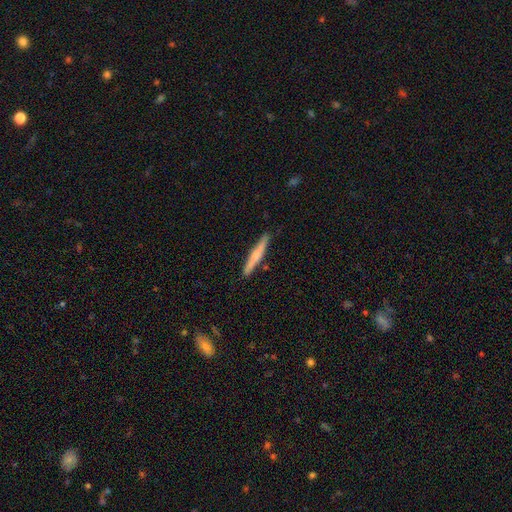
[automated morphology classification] This is possibly a smooth galaxy (54%). How rounded: clearly cigar-shaped (95%). Merging: clearly none (87%).